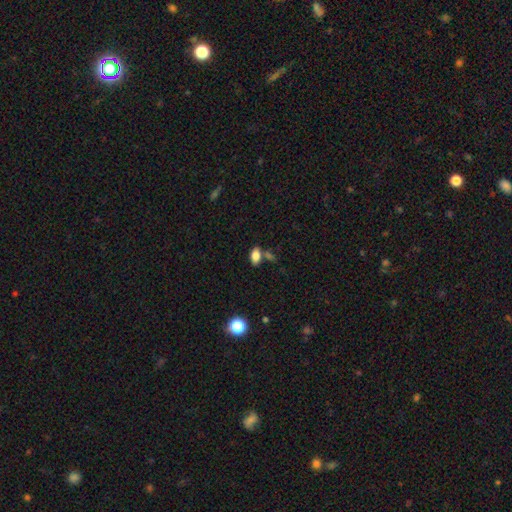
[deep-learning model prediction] Smooth or featured: smooth — 81% (star or artifact — 10%)
How rounded: in between — 90% (round — 6%)
Merging: none — 63% (merger — 19%)